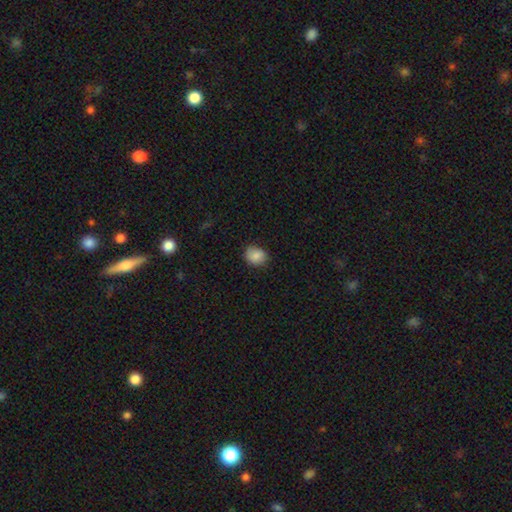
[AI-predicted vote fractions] A smooth galaxy with no disk features (87%) that is round (63%). Merging: none (79%).